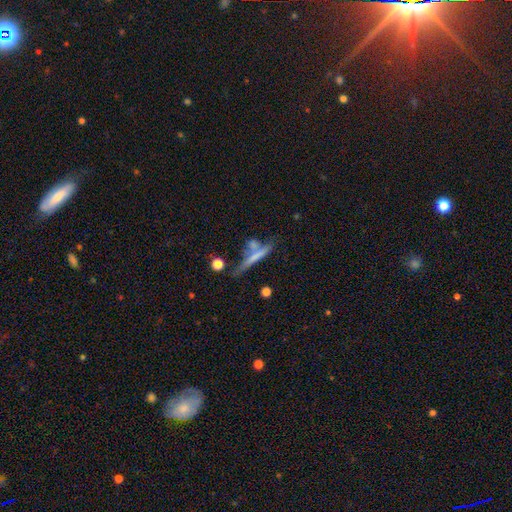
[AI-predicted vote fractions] Q: Smooth or featured?
A: smooth (56%); runner-up: featured or disk (36%)
Q: How rounded?
A: cigar-shaped (90%); runner-up: in between (7%)
Q: Merging?
A: none (52%); runner-up: merger (24%)